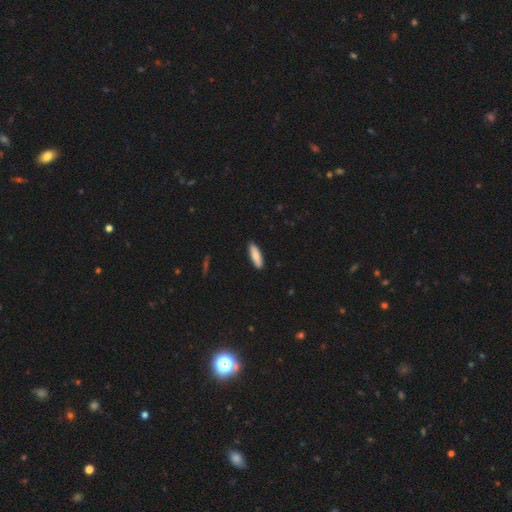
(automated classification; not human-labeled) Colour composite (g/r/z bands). It shows a smooth galaxy with no disk features (81%) that is cigar-shaped (60%). Merging: none (90%).